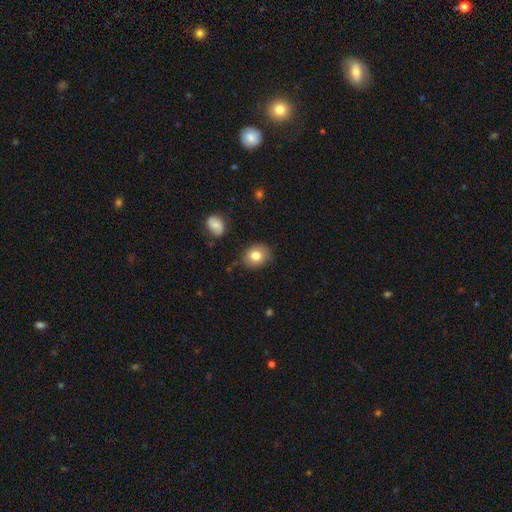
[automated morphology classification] This appears to be a smooth galaxy with no disk features (80%) that is round (64%). Merging: none (81%).